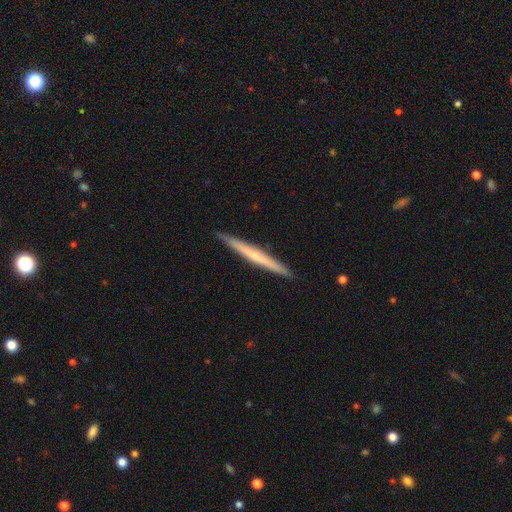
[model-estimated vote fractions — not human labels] Q: Smooth or featured?
A: featured or disk (58%); runner-up: smooth (37%)
Q: Edge-on disk?
A: yes (98%); runner-up: no (2%)
Q: Edge-on bulge?
A: none (58%); runner-up: rounded (37%)
Q: Merging?
A: none (92%); runner-up: minor disturbance (6%)